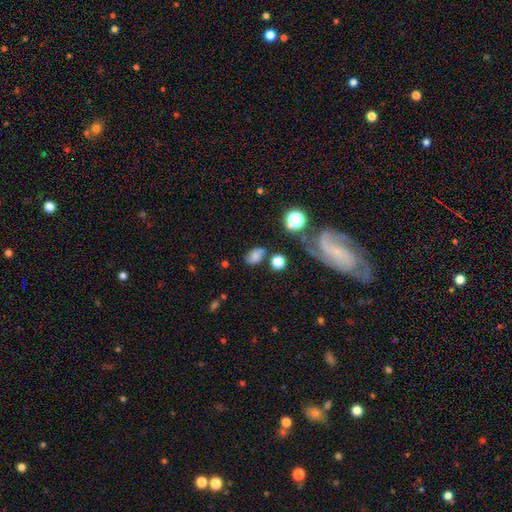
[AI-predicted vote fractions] Smooth or featured: smooth — 65% (featured or disk — 19%)
How rounded: in between — 81% (round — 17%)
Merging: none — 64% (minor disturbance — 20%)